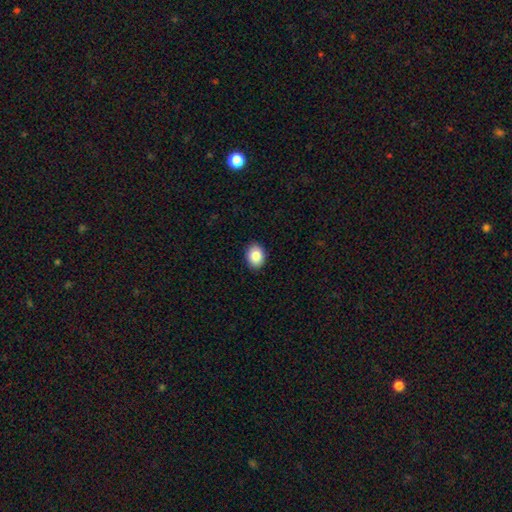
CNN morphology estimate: The model was most divided on "how rounded": in between: 63%, round: 36%, cigar-shaped: 1%. More confident: merging — none (90%); smooth or featured — smooth (86%).